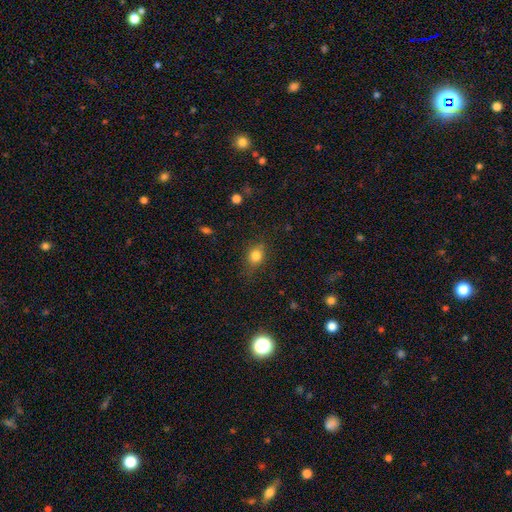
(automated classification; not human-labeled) Smooth or featured? Predicted: smooth (p=0.81). How rounded? Predicted: round (p=0.56). Merging? Predicted: none (p=0.73).